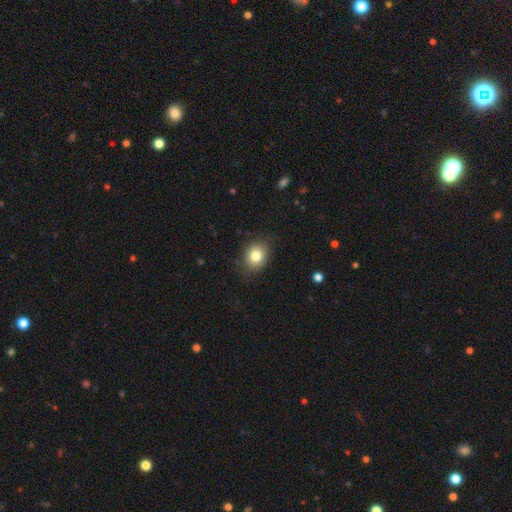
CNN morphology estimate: Smooth or featured? smooth (81%)
How rounded? round (59%)
Merging? none (83%)